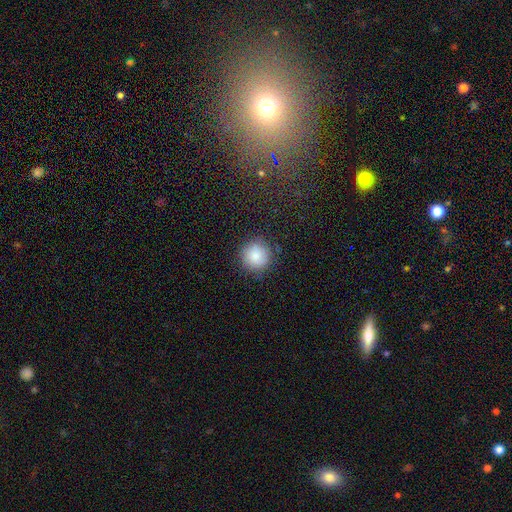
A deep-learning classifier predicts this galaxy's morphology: smooth_or_featured: smooth (p=0.83) [alt: star or artifact p=0.09]
how_rounded: round (p=0.94) [alt: in between p=0.05]
merging: none (p=0.84) [alt: minor disturbance p=0.11]